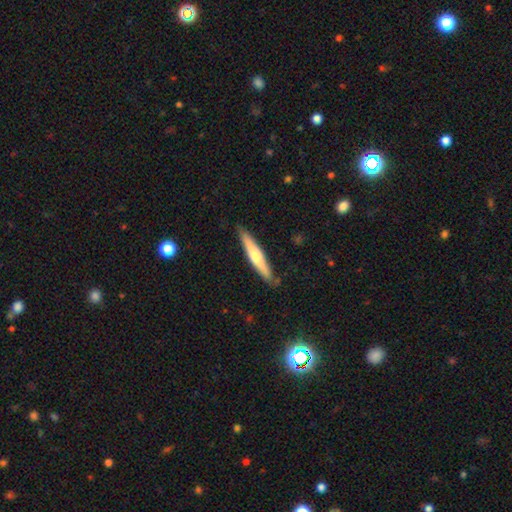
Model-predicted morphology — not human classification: smooth_or_featured: smooth (p=0.51) [alt: featured or disk p=0.44]
how_rounded: cigar-shaped (p=0.91) [alt: in between p=0.08]
merging: none (p=0.85) [alt: minor disturbance p=0.11]